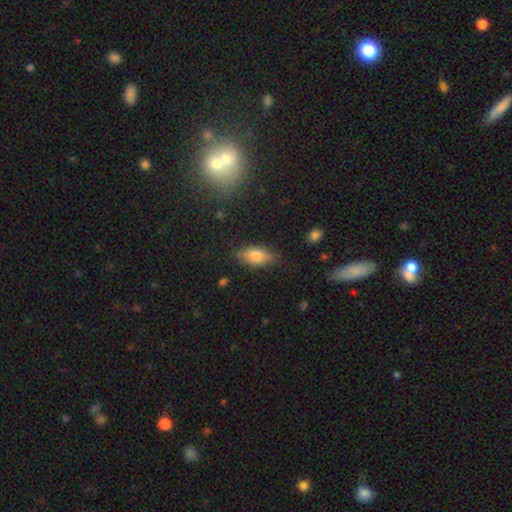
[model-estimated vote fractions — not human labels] This appears to be a smooth galaxy with no disk features (73%) that is in between round and cigar-shaped (83%). Merging: none (78%).